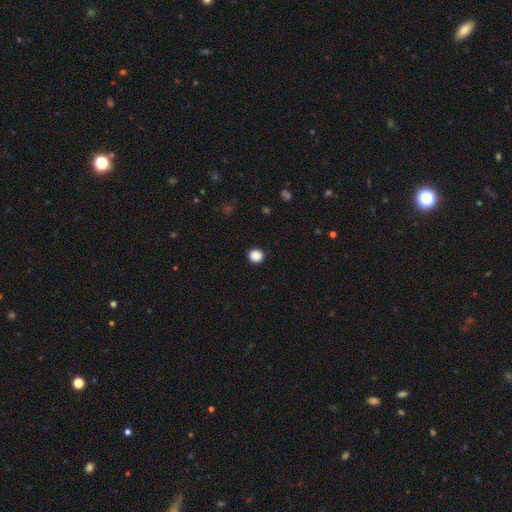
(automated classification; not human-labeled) Morphology: type=smooth (88%); roundness=round (92%); merging=none (92%).